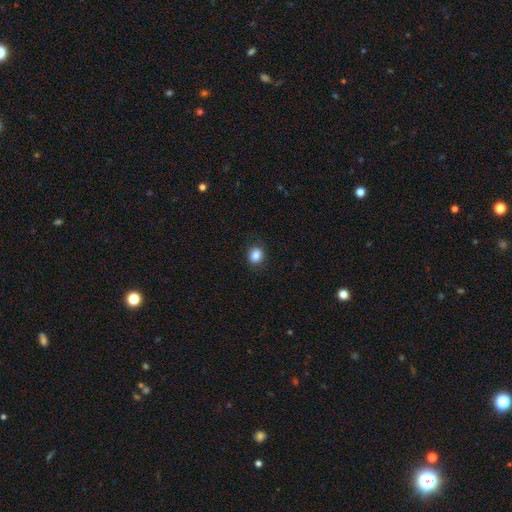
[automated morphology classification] Q: Smooth or featured?
A: smooth (85%); runner-up: star or artifact (10%)
Q: How rounded?
A: round (66%); runner-up: in between (33%)
Q: Merging?
A: none (86%); runner-up: minor disturbance (10%)